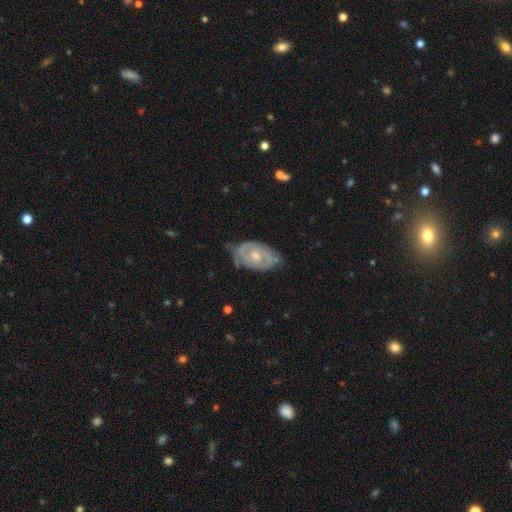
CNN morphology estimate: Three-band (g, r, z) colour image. It shows a featured or disk galaxy (79%) with no bar (65%), 2 (57%) tight (61%) spiral arms (87%) and a moderate central bulge (52%). Merging: none (67%).